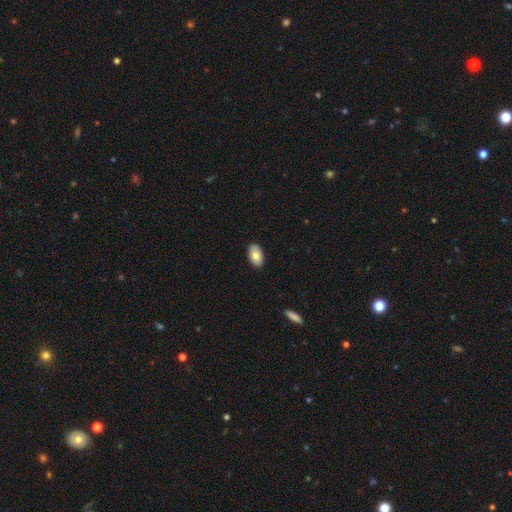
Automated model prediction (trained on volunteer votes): smooth 76%, featured or disk 18%, star or artifact 6%. Down the decision tree: how rounded — in between (94%); merging — none (88%).